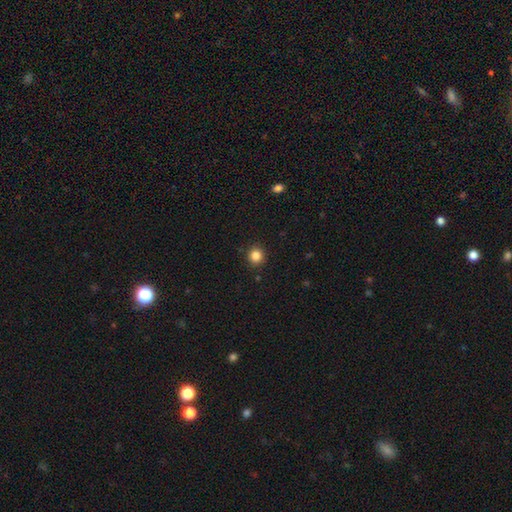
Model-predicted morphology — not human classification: This appears to be a smooth galaxy with no disk features (84%) that is round (91%). Merging: none (91%).